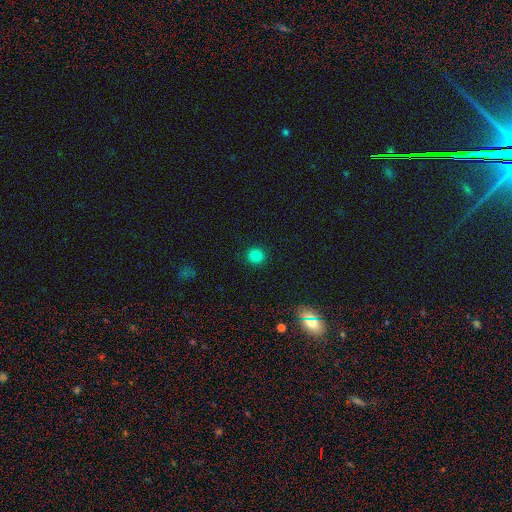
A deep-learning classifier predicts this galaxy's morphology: Smooth or featured? smooth (82%)
How rounded? round (90%)
Merging? none (91%)